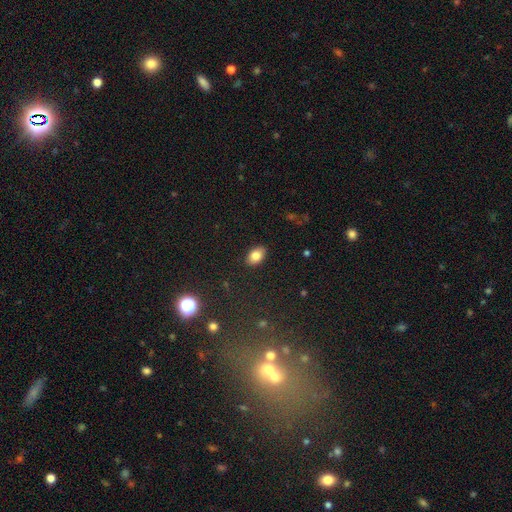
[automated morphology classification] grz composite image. It shows a smooth galaxy with no disk features (81%) that is in between round and cigar-shaped (88%). Merging: none (88%).